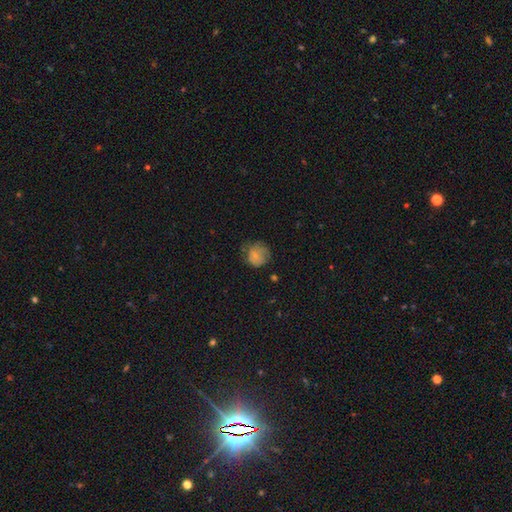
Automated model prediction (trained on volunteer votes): Smooth or featured? Predicted: smooth (p=0.70). How rounded? Predicted: round (p=0.82). Merging? Predicted: none (p=0.54).